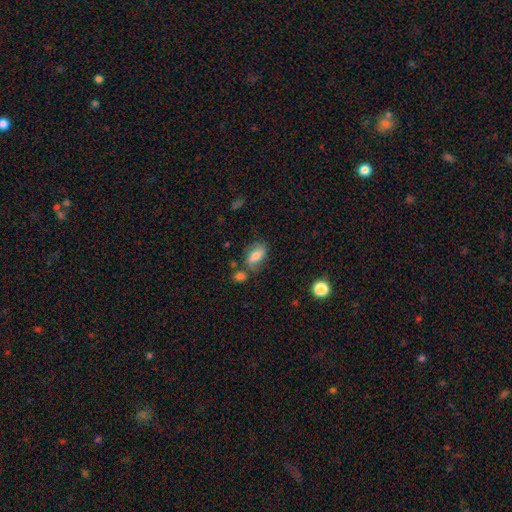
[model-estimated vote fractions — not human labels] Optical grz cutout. It shows a smooth galaxy with no disk features (64%) that is in between round and cigar-shaped (85%). Merging: none (59%).